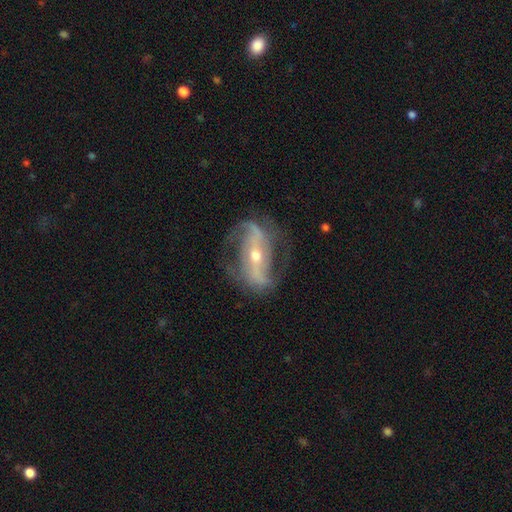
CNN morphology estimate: The model was most divided on "bulge size": moderate: 51%, small: 45%, large: 2%, none: 1%, dominant: 1%. More confident: spiral arms — yes (94%); edge-on disk — no (93%); smooth or featured — featured or disk (88%); spiral arm count — 2 (87%); merging — none (70%); bar — strong (54%); spiral winding — loose (50%).